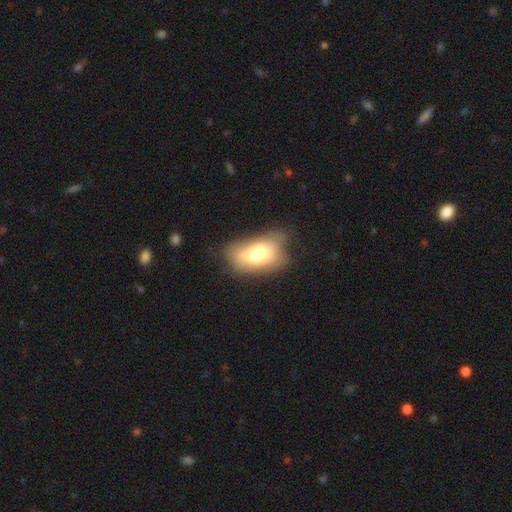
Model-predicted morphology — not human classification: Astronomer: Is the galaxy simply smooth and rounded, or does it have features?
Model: smooth — 60%.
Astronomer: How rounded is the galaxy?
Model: in between — 89%.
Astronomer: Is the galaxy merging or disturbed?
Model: none — 31% (runner-up: merger, 30%).